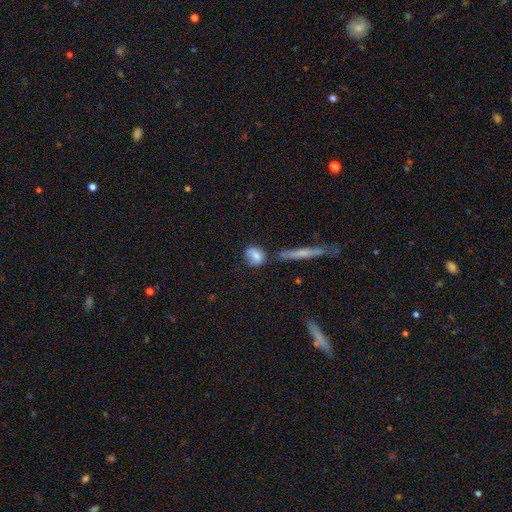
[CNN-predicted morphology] A smooth galaxy with no disk features (73%) that is round (53%).

Vote fractions:
- Smooth or featured? smooth: 73% / featured or disk: 18% / star or artifact: 9%
- How rounded? round: 53% / in between: 41% / cigar-shaped: 7%
- Merging? none: 58% / minor disturbance: 21% / merger: 13% / major disturbance: 7%